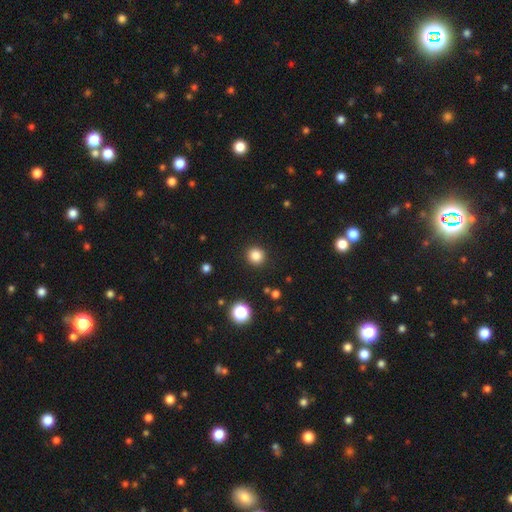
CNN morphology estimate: The model was most divided on "smooth or featured": smooth: 85%, star or artifact: 12%, featured or disk: 4%. More confident: merging — none (91%); how rounded — round (91%).